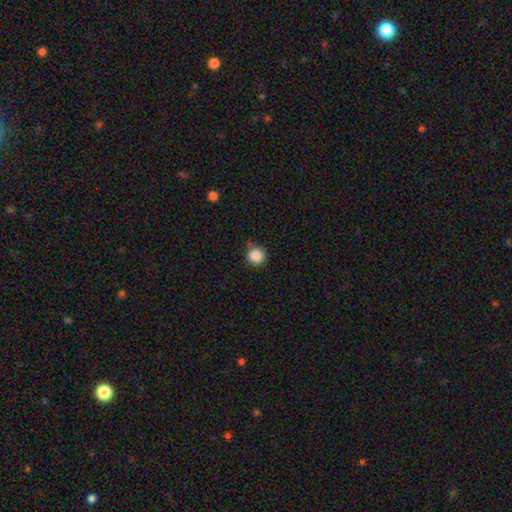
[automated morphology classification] smooth 87%, star or artifact 10%, featured or disk 3%. Down the decision tree: how rounded — round (95%); merging — none (84%).